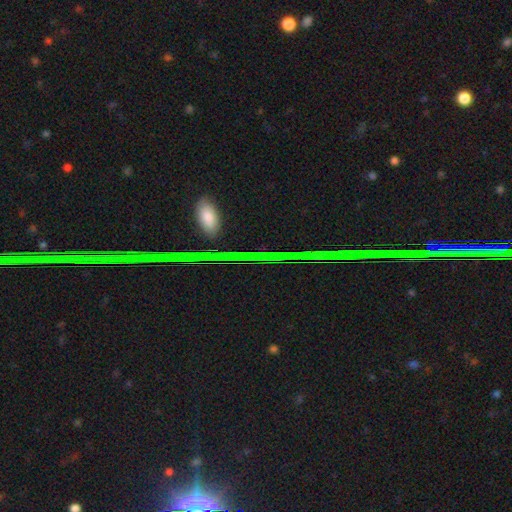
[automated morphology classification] This appears to be a star or artifact, not a galaxy (81%).